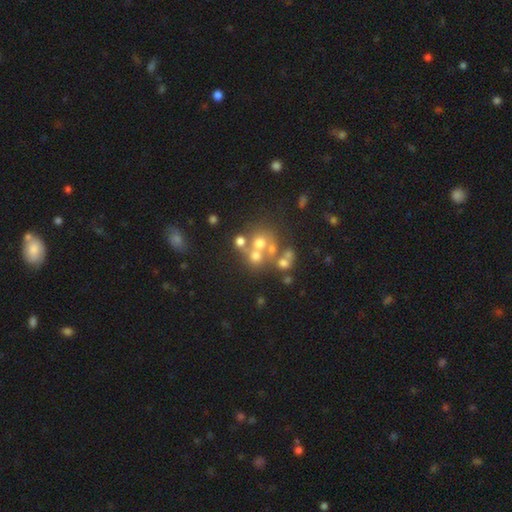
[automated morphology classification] This is possibly a smooth galaxy (50%). Merging: possibly none (45%).